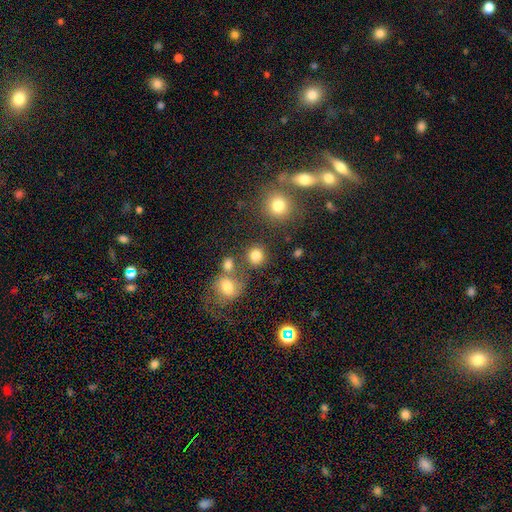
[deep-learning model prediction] The model was most divided on "merging": none: 74%, merger: 13%, minor disturbance: 9%, major disturbance: 4%. More confident: how rounded — round (87%); smooth or featured — smooth (82%).